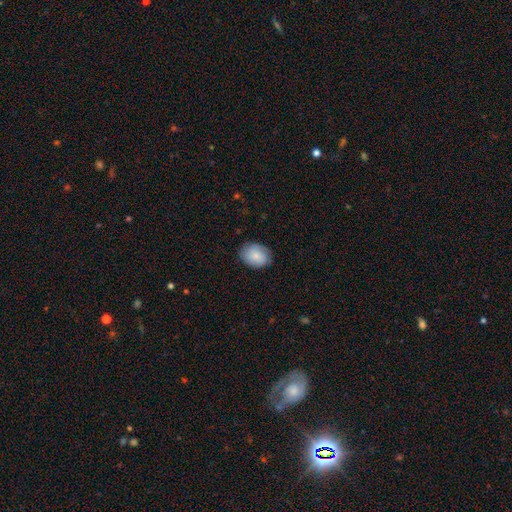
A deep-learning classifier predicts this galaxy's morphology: A smooth galaxy with no disk features (81%) that is in between round and cigar-shaped (59%).

Vote fractions:
- Smooth or featured? smooth: 81% / featured or disk: 13% / star or artifact: 6%
- How rounded? in between: 59% / round: 40% / cigar-shaped: 1%
- Merging? none: 81% / minor disturbance: 15% / major disturbance: 3% / merger: 1%